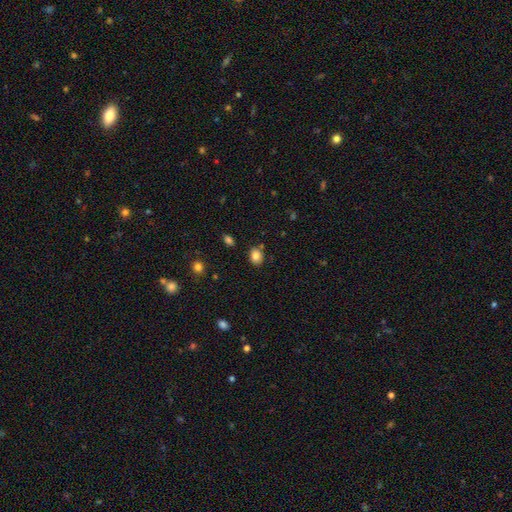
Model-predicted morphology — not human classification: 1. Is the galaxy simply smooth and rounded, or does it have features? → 85% smooth, 10% star or artifact, 5% featured or disk.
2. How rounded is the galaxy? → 57% in between, 42% round, 1% cigar-shaped.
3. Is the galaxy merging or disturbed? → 80% none, 13% minor disturbance, 5% merger, 3% major disturbance.